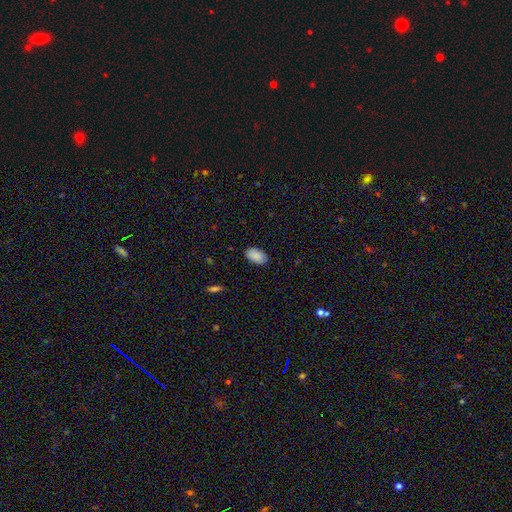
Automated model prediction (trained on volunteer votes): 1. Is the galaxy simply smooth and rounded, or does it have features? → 89% smooth, 6% star or artifact, 4% featured or disk.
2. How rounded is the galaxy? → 94% in between, 4% round, 1% cigar-shaped.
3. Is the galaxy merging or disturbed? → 88% none, 9% minor disturbance, 2% major disturbance, 1% merger.